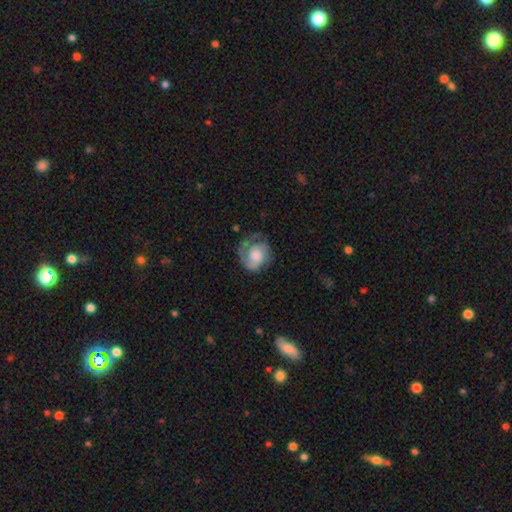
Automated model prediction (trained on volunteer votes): Morphology: type=featured or disk (63%); edge-on=no (98%); bar=no (74%); spiral arms=yes (89%); winding=tight (49%); arm count=1 (58%); bulge=large (39%); merging=none (54%).